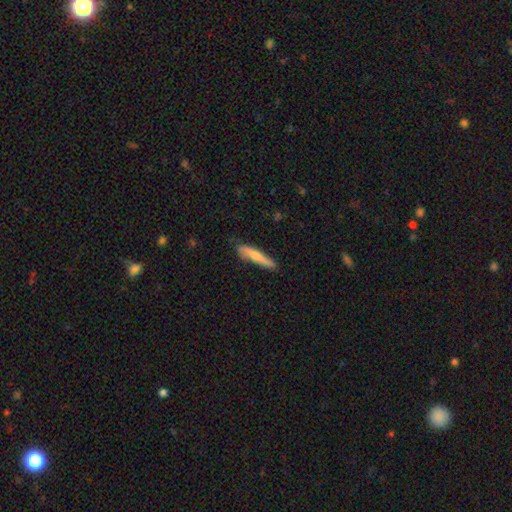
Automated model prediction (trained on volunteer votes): Q: Smooth or featured?
A: smooth (64%); runner-up: featured or disk (31%)
Q: How rounded?
A: cigar-shaped (88%); runner-up: in between (11%)
Q: Merging?
A: none (72%); runner-up: minor disturbance (22%)